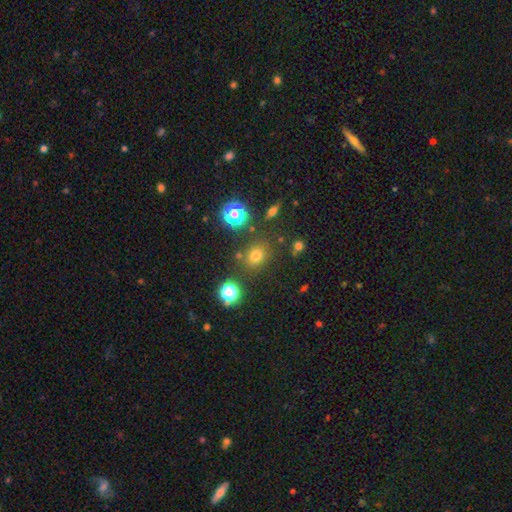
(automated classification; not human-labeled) smooth 68%, star or artifact 23%, featured or disk 9%. Down the decision tree: how rounded — round (72%); merging — none (79%).